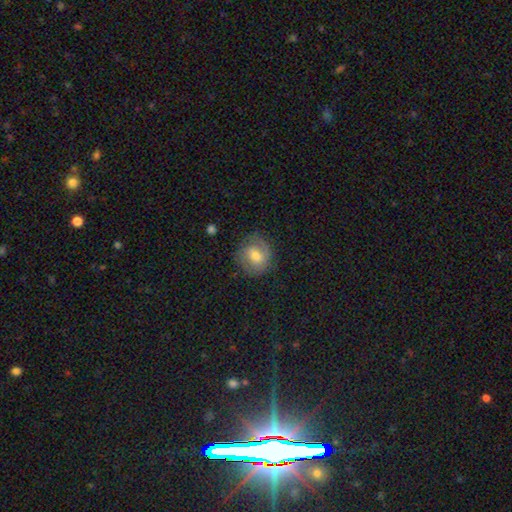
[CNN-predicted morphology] The model was most divided on "smooth or featured": smooth: 50%, featured or disk: 41%, star or artifact: 8%. More confident: how rounded — round (79%); merging — none (75%).